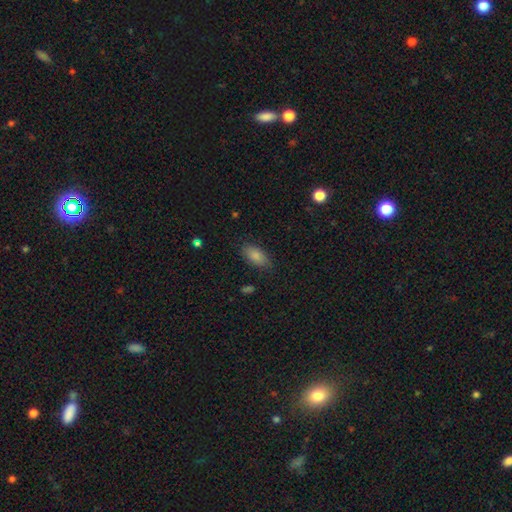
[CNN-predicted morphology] Overall: smooth (85%). How rounded: in between (90%). Merging: none (79%).